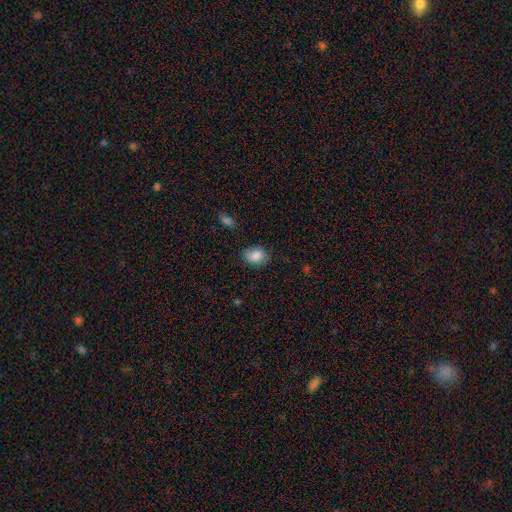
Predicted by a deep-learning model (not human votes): Morphology: type=smooth (84%); roundness=in between (55%); merging=none (74%).